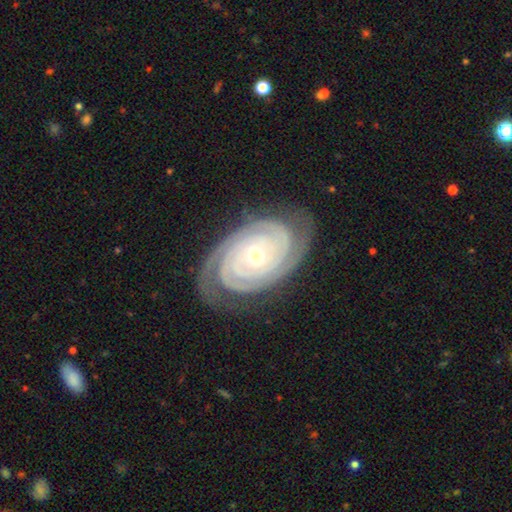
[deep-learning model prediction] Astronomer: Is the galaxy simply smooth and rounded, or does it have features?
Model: featured or disk — 92%.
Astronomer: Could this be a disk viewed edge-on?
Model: no — 97%.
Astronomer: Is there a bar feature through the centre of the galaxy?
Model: no — 73%.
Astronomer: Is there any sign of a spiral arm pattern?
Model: yes — 99%.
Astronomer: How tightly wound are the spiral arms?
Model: tight — 88%.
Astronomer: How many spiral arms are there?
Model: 2 — 45% (runner-up: 3, 26%).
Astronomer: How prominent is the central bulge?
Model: moderate — 66%.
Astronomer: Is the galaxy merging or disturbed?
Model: none — 82%.